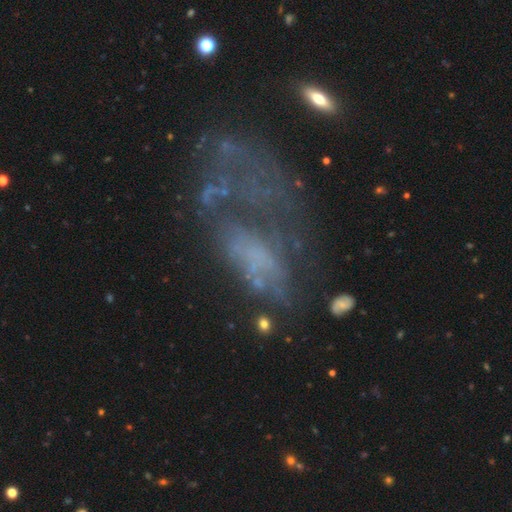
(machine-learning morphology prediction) Q: Smooth or featured?
A: featured or disk (56%); runner-up: smooth (23%)
Q: Edge-on disk?
A: no (94%); runner-up: yes (6%)
Q: Bar?
A: no (86%); runner-up: weak (10%)
Q: Spiral arms?
A: no (81%); runner-up: yes (19%)
Q: Bulge size?
A: none (75%); runner-up: small (13%)
Q: Merging?
A: major disturbance (49%); runner-up: none (24%)